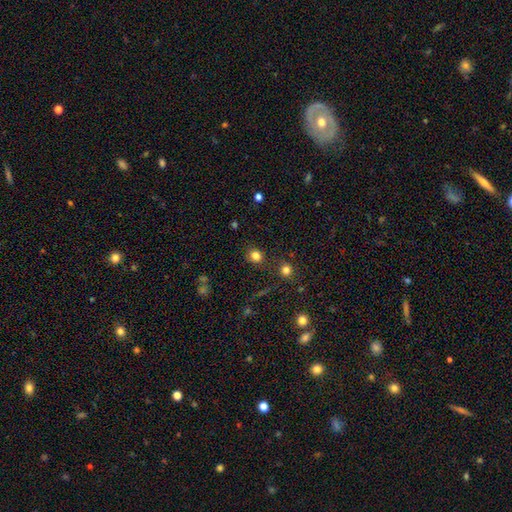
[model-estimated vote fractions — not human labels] smooth 80%, star or artifact 14%, featured or disk 6%. Down the decision tree: how rounded — round (77%); merging — none (83%).